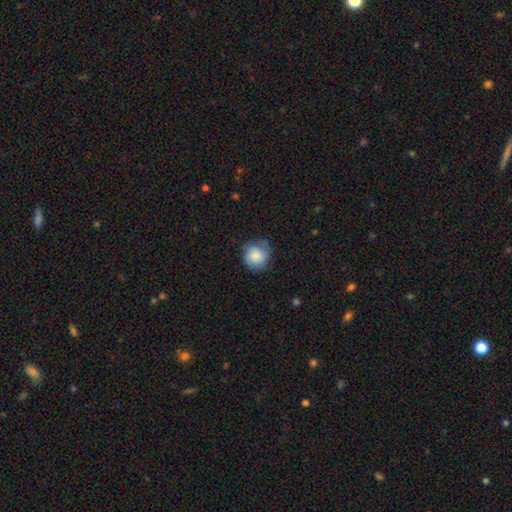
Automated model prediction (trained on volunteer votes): smooth 74%, featured or disk 19%, star or artifact 7%. Down the decision tree: how rounded — round (87%); merging — none (65%).